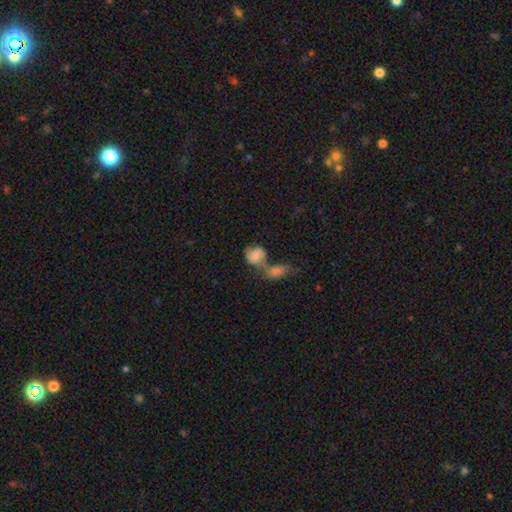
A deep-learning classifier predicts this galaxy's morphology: Smooth or featured: smooth — 65% (featured or disk — 27%)
How rounded: in between — 50% (round — 48%)
Merging: merger — 60% (none — 22%)